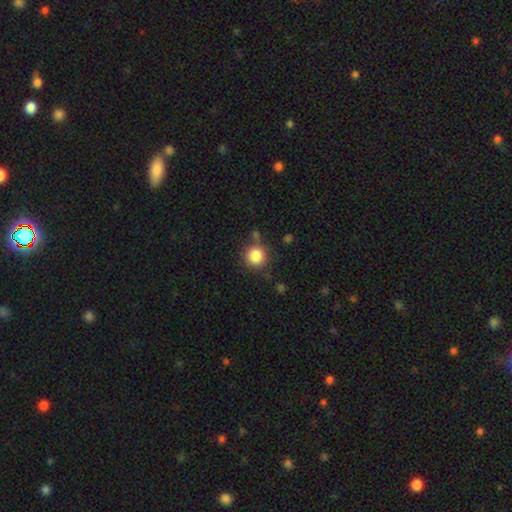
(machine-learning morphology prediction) type=smooth (85%); roundness=round (93%); merging=none (80%).